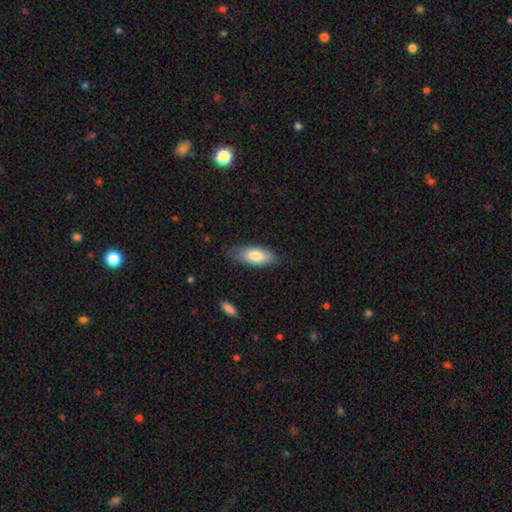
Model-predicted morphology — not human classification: smooth_or_featured: smooth (p=0.77) [alt: featured or disk p=0.17]
how_rounded: in between (p=0.77) [alt: cigar-shaped p=0.21]
merging: none (p=0.77) [alt: minor disturbance p=0.18]